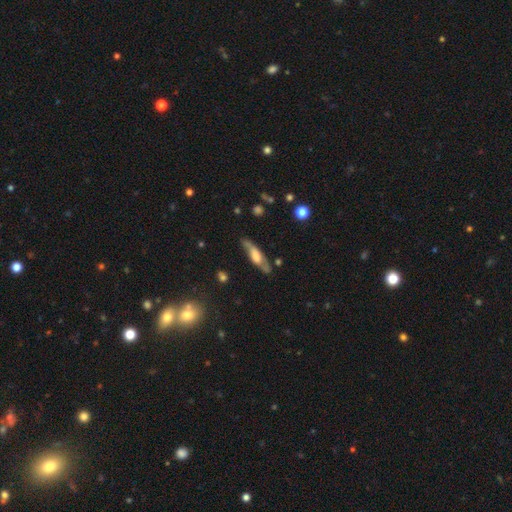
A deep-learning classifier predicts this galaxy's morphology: Smooth or featured? featured or disk (58%)
Edge-on disk? yes (59%)
Merging? none (73%)